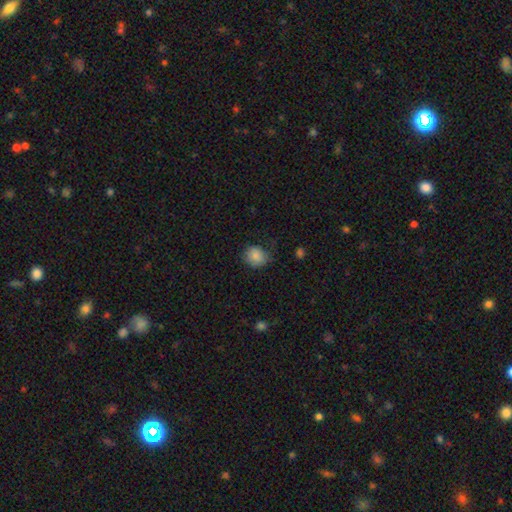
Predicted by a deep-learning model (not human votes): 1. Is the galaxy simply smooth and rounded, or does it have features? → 85% smooth, 9% star or artifact, 6% featured or disk.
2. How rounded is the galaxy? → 74% round, 25% in between, 1% cigar-shaped.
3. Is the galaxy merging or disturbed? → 69% none, 24% minor disturbance, 6% major disturbance, 1% merger.